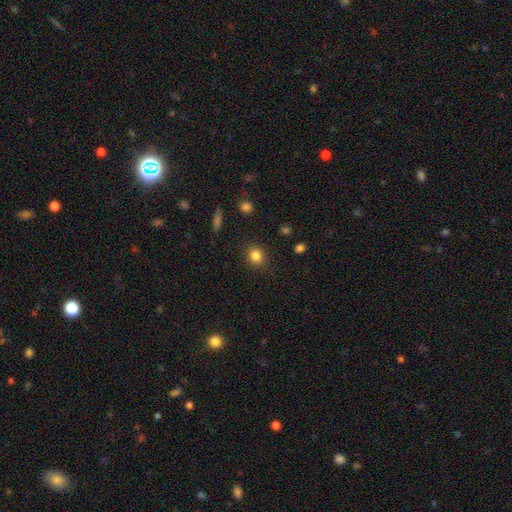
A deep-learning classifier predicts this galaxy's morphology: Smooth or featured? smooth (84%)
How rounded? round (75%)
Merging? none (87%)